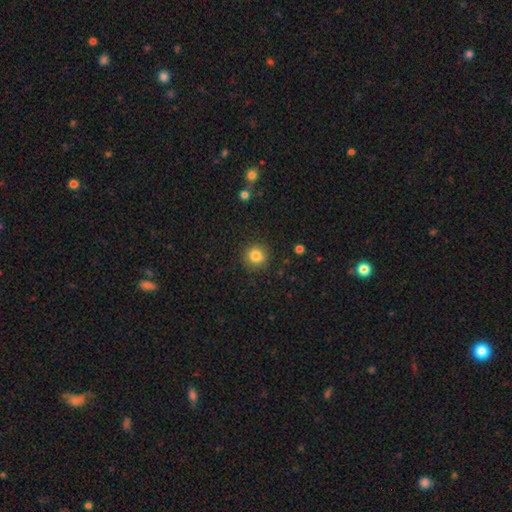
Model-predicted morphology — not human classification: type=smooth (83%); roundness=round (92%); merging=none (89%).